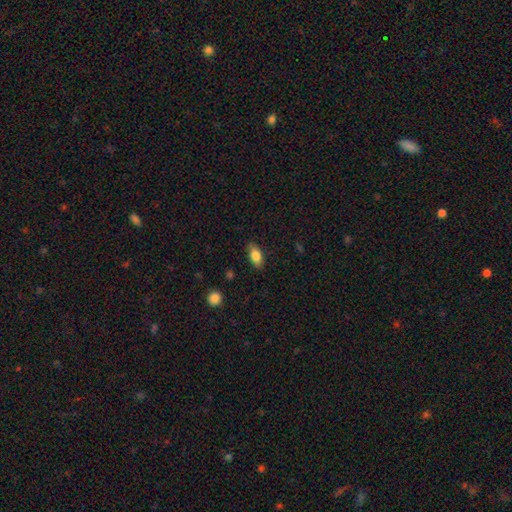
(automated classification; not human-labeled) smooth 81%, featured or disk 11%, star or artifact 8%. Down the decision tree: how rounded — in between (86%); merging — none (84%).